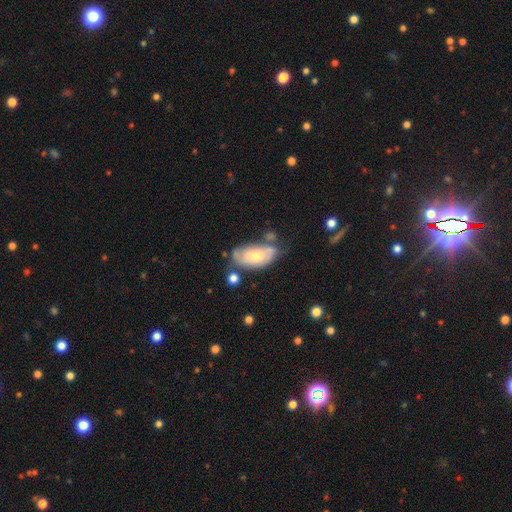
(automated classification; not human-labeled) A smooth galaxy with no disk features (56%) that is in between round and cigar-shaped (92%). Merging: none (48%).